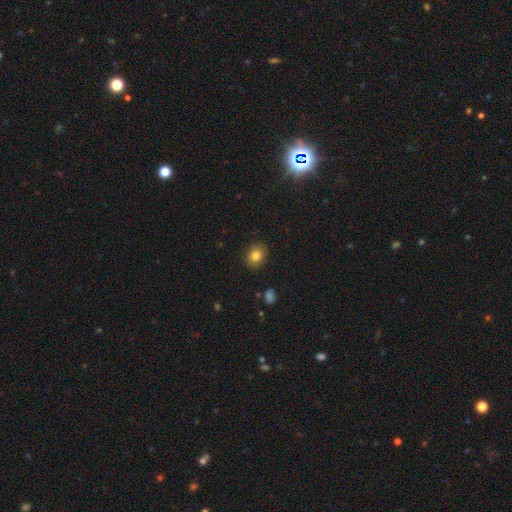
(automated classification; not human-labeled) Smooth or featured? smooth (83%)
How rounded? round (65%)
Merging? none (88%)